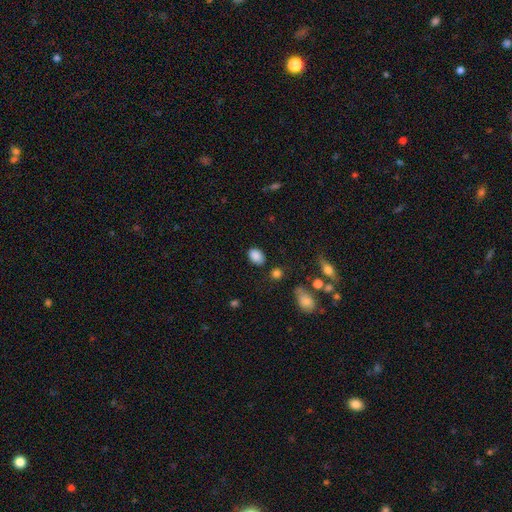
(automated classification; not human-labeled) smooth 86%, star or artifact 9%, featured or disk 5%. Down the decision tree: how rounded — in between (82%); merging — none (78%).